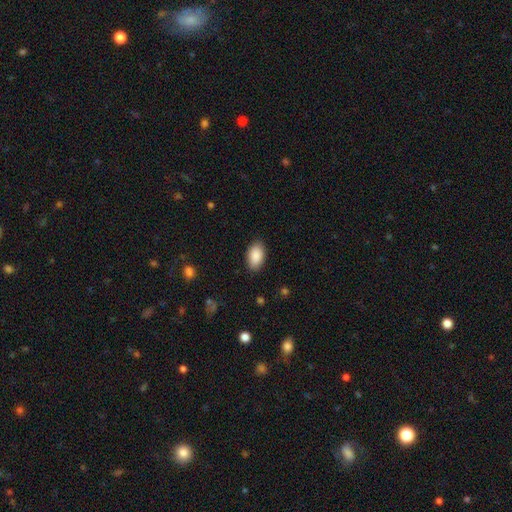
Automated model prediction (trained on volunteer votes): Q: Smooth or featured?
A: smooth (89%); runner-up: star or artifact (6%)
Q: How rounded?
A: in between (94%); runner-up: round (5%)
Q: Merging?
A: none (87%); runner-up: minor disturbance (10%)